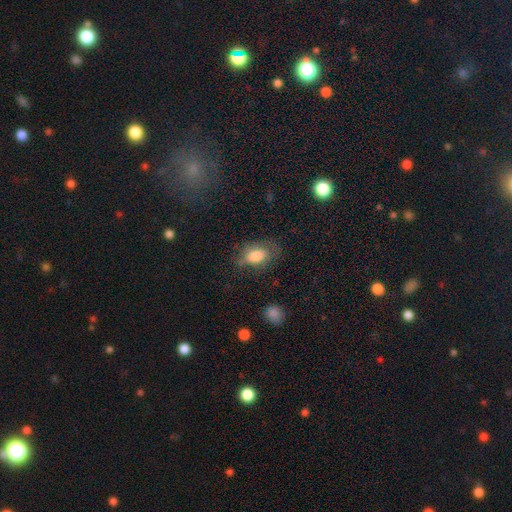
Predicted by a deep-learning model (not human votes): Smooth or featured: smooth — 77% (featured or disk — 14%)
How rounded: in between — 82% (round — 16%)
Merging: none — 53% (minor disturbance — 28%)